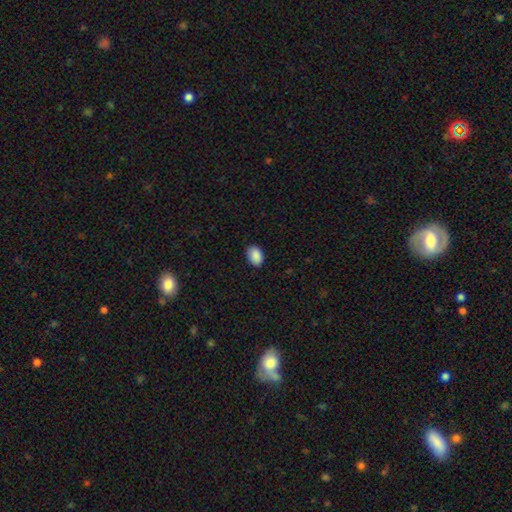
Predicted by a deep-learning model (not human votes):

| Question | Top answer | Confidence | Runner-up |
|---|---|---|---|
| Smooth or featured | smooth | 90% | star or artifact (7%) |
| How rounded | in between | 86% | round (13%) |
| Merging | none | 88% | minor disturbance (9%) |